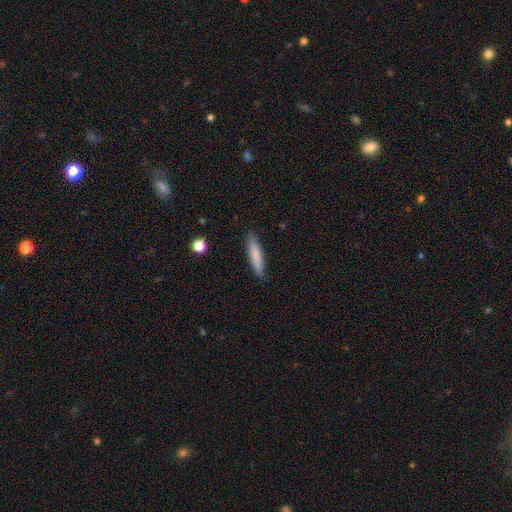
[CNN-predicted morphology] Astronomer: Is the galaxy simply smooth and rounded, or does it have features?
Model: smooth — 80%.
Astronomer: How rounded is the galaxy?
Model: cigar-shaped — 86%.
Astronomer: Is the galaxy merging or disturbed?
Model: none — 88%.